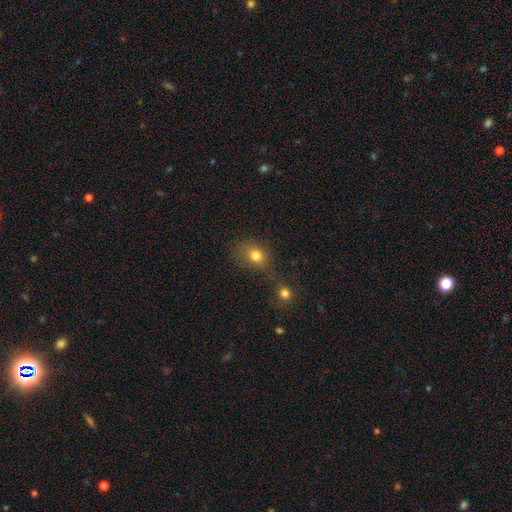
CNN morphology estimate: type=smooth (78%); roundness=round (62%); merging=none (49%).